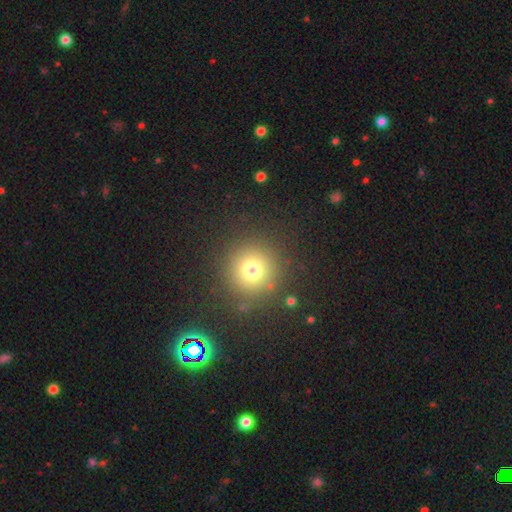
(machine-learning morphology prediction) smooth_or_featured: smooth (p=0.62) [alt: star or artifact p=0.29]
how_rounded: round (p=0.95) [alt: in between p=0.04]
merging: none (p=0.88) [alt: minor disturbance p=0.06]